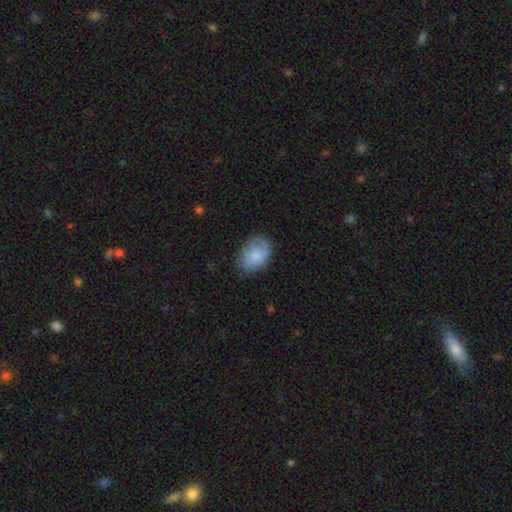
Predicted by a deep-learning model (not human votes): Smooth or featured? smooth (75%)
How rounded? in between (78%)
Merging? none (68%)